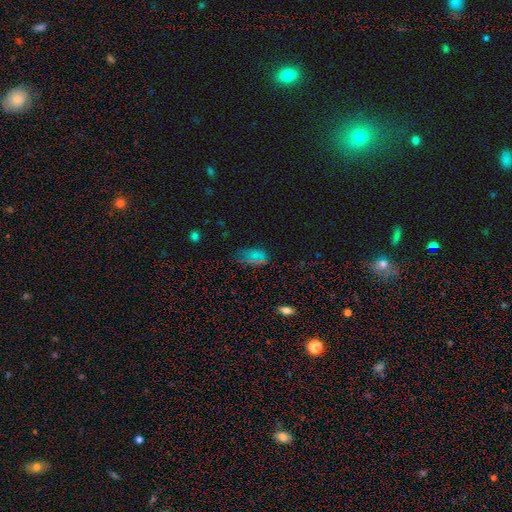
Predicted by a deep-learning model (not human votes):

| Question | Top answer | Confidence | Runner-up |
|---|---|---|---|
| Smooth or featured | smooth | 56% | star or artifact (33%) |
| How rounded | in between | 89% | round (8%) |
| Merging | none | 62% | minor disturbance (24%) |